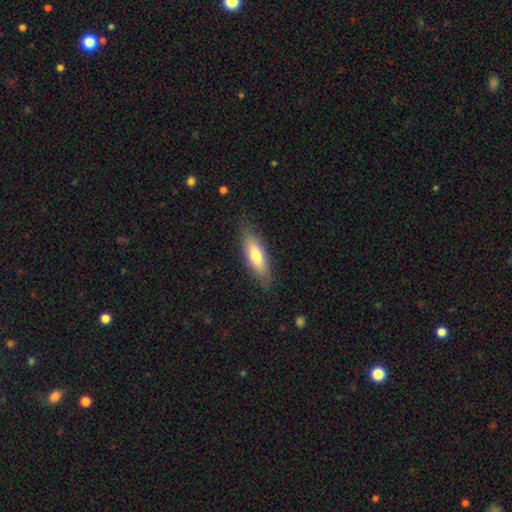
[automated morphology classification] A smooth galaxy with no disk features (68%) that is in between round and cigar-shaped (55%).

Vote fractions:
- Smooth or featured? smooth: 68% / featured or disk: 26% / star or artifact: 6%
- How rounded? in between: 55% / cigar-shaped: 43% / round: 2%
- Merging? none: 81% / minor disturbance: 14% / major disturbance: 3% / merger: 1%